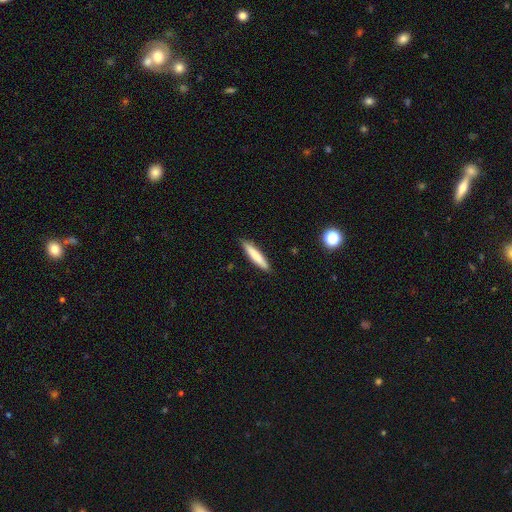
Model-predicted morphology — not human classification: A smooth galaxy with no disk features (78%) that is cigar-shaped (89%). Merging: none (89%).